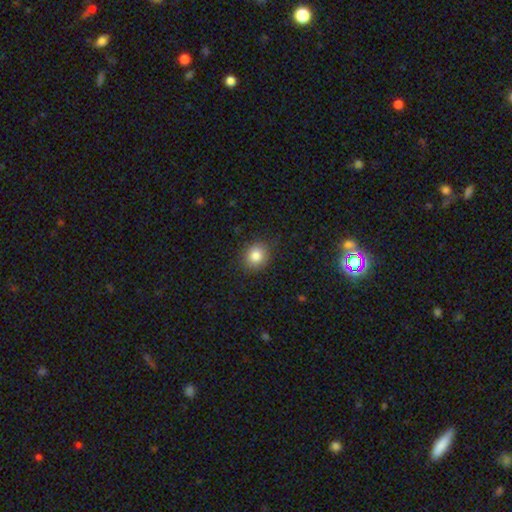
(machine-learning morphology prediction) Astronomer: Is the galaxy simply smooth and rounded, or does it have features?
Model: smooth — 84%.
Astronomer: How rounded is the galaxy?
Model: round — 73%.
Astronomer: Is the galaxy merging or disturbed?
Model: none — 85%.